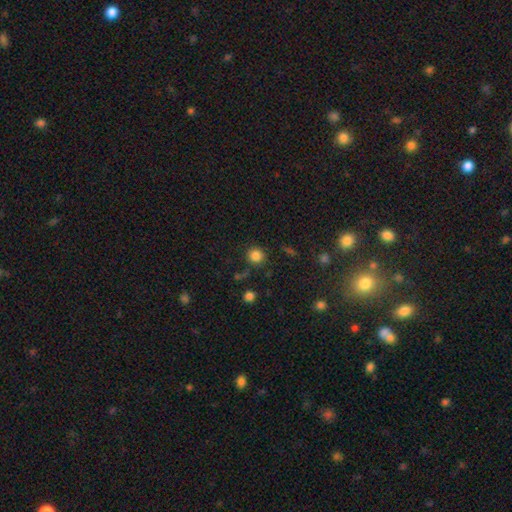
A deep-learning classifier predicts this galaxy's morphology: A smooth galaxy with no disk features (83%) that is round (92%).

Vote fractions:
- Smooth or featured? smooth: 83% / star or artifact: 12% / featured or disk: 5%
- How rounded? round: 92% / in between: 7% / cigar-shaped: 1%
- Merging? none: 83% / minor disturbance: 10% / major disturbance: 4% / merger: 4%